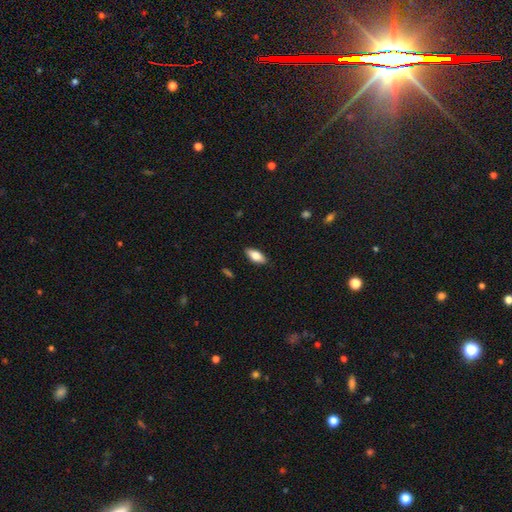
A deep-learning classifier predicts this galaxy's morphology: smooth-or-featured: smooth: 76% | featured or disk: 18% | star or artifact: 6%
  how-rounded: in between: 84% | cigar-shaped: 14% | round: 2%
  merging: none: 88% | minor disturbance: 10% | major disturbance: 2% | merger: 1%